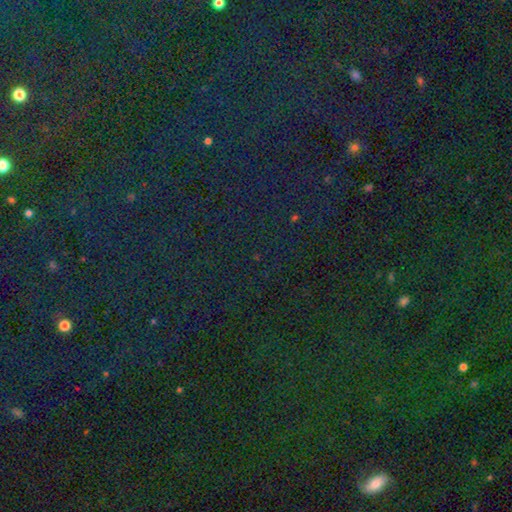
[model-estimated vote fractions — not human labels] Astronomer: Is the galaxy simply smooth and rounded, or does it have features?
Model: star or artifact — 80%.